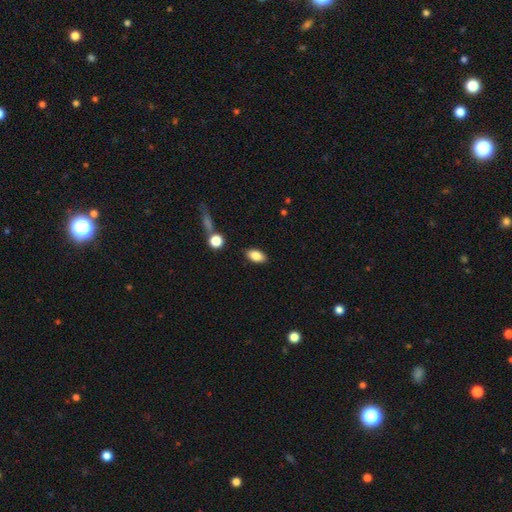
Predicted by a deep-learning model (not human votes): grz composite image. It shows a smooth galaxy with no disk features (84%) that is in between round and cigar-shaped (91%). Merging: none (85%).